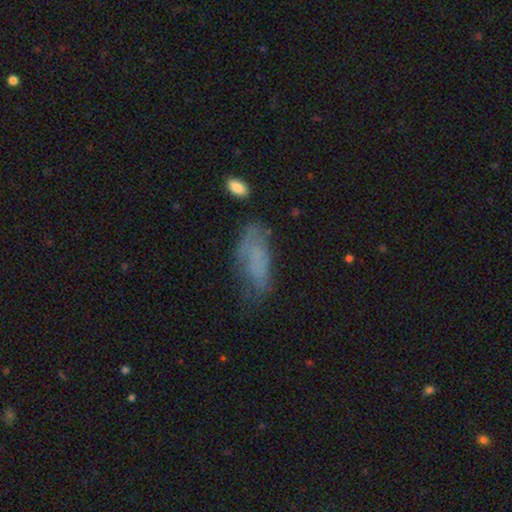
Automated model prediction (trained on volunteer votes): A smooth galaxy with no disk features (56%) that is in between round and cigar-shaped (75%). Merging: none (44%).